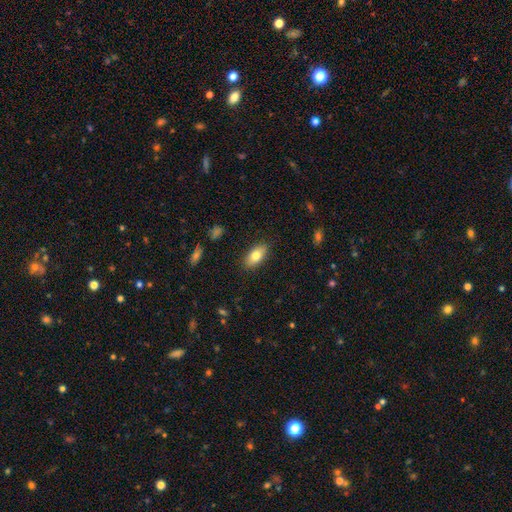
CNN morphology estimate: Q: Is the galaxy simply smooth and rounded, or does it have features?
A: smooth — 77%.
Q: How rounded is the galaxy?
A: in between — 88%.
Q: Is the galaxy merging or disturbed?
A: none — 87%.